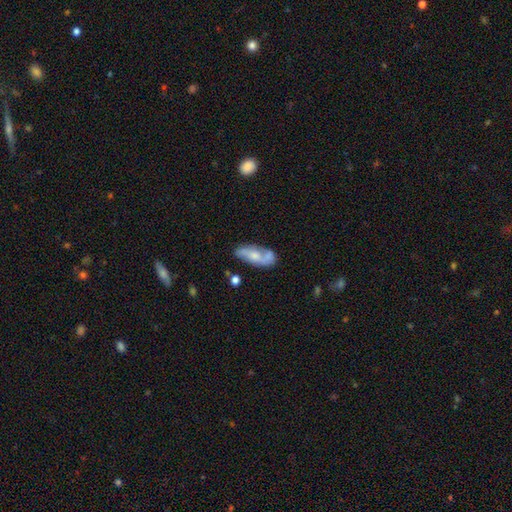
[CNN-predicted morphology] A featured or disk galaxy (55%). Merging: none (55%).